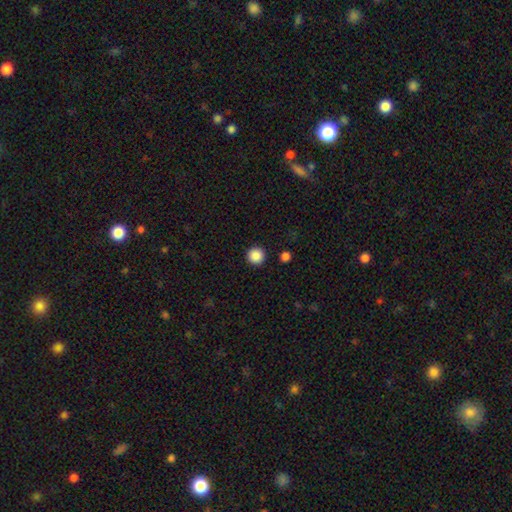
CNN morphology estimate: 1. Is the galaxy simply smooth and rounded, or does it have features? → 88% smooth, 10% star or artifact, 3% featured or disk.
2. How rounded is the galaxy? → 96% round, 3% in between, 1% cigar-shaped.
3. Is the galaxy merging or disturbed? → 93% none, 4% minor disturbance, 2% major disturbance, 2% merger.